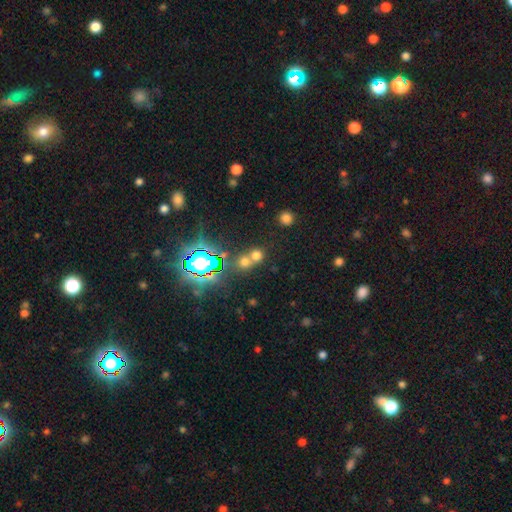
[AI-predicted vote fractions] smooth_or_featured: smooth (p=0.60) [alt: star or artifact p=0.30]
how_rounded: round (p=0.82) [alt: in between p=0.16]
merging: merger (p=0.47) [alt: none p=0.44]